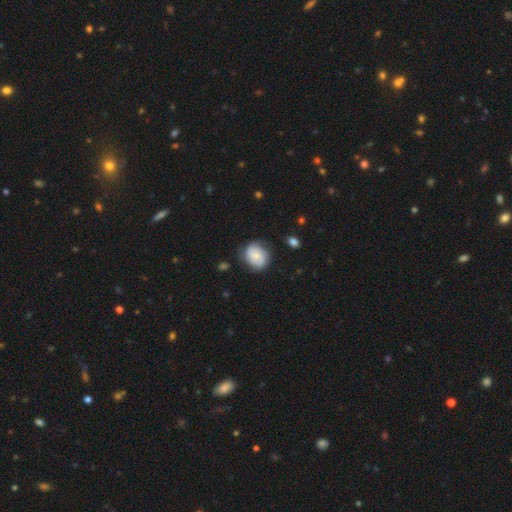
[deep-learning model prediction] A featured or disk galaxy (47%). Merging: none (67%).